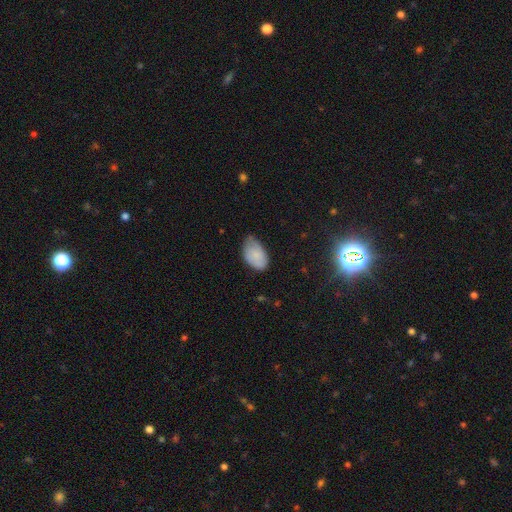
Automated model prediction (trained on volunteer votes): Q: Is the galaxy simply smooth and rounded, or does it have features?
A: smooth — 79%.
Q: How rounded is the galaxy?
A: in between — 93%.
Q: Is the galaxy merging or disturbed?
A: none — 56%.